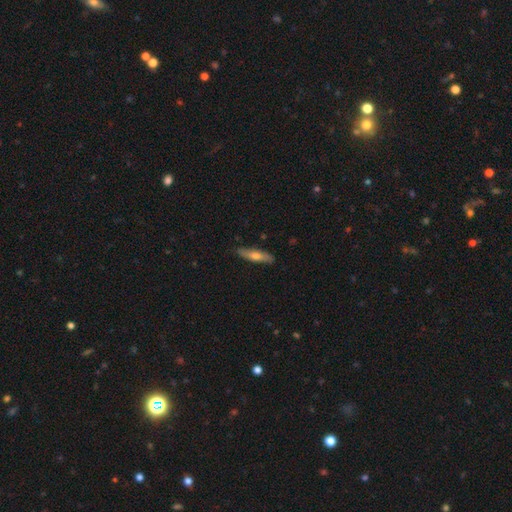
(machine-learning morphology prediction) The model was most divided on "smooth or featured": smooth: 51%, featured or disk: 43%, star or artifact: 6%. More confident: merging — none (87%); how rounded — cigar-shaped (80%).